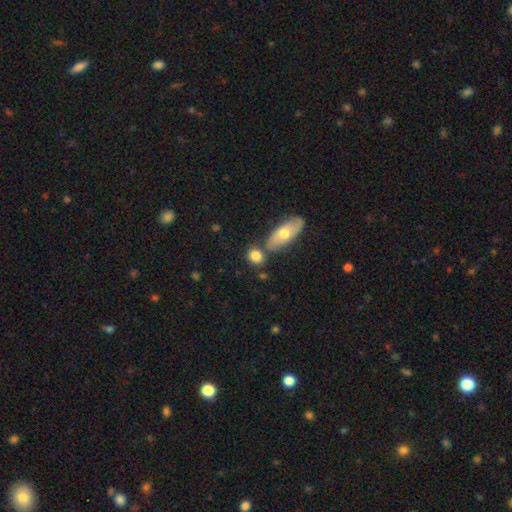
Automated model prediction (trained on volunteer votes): A smooth galaxy with no disk features (81%) that is in between round and cigar-shaped (48%).

Vote fractions:
- Smooth or featured? smooth: 81% / featured or disk: 11% / star or artifact: 8%
- How rounded? in between: 48% / round: 46% / cigar-shaped: 5%
- Merging? none: 63% / merger: 21% / minor disturbance: 12% / major disturbance: 4%